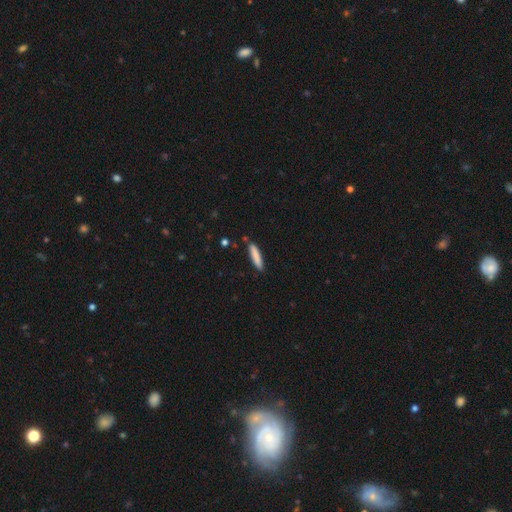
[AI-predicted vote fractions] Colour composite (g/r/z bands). It shows a smooth galaxy with no disk features (83%) that is cigar-shaped (86%). Merging: none (85%).